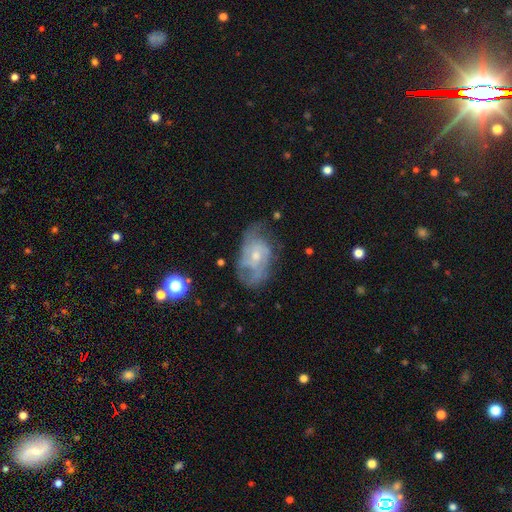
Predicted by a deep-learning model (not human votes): Smooth or featured? Predicted: featured or disk (p=0.76). Edge-on disk? Predicted: no (p=0.96). Bar? Predicted: no (p=0.66). Spiral arms? Predicted: yes (p=0.86). Spiral winding? Predicted: medium (p=0.44). Spiral arm count? Predicted: can't tell (p=0.35). Bulge size? Predicted: small (p=0.53). Merging? Predicted: none (p=0.56).